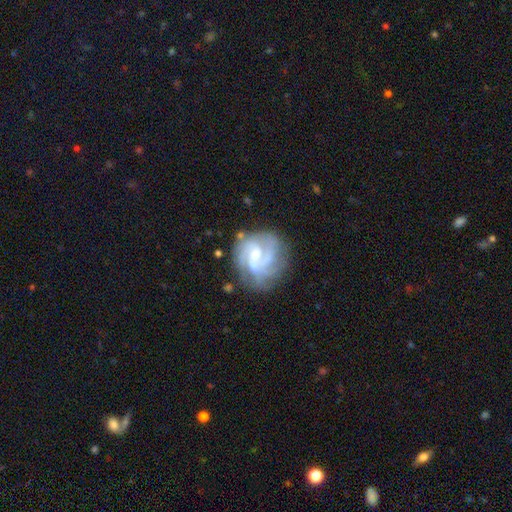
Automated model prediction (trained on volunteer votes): This appears to be a featured or disk galaxy (86%) with no bar (47%), 3 (36%) tight (52%) spiral arms (96%) and a small central bulge (48%). Merging: none (72%).